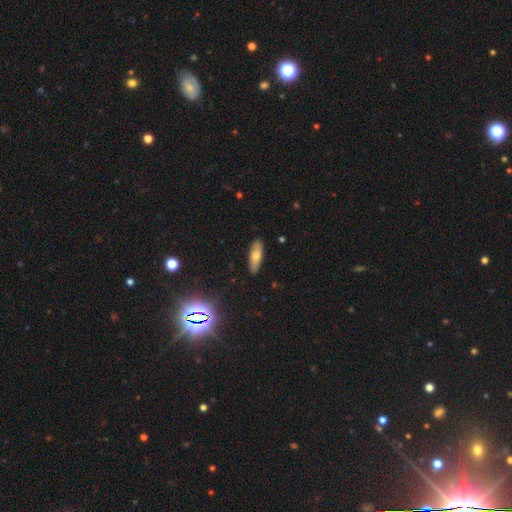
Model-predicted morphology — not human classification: The model was most divided on "how rounded": in between: 54%, cigar-shaped: 43%, round: 3%. More confident: merging — none (86%); smooth or featured — smooth (68%).